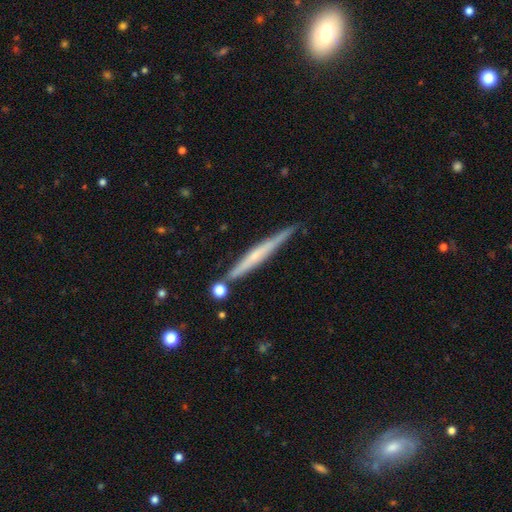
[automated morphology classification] A featured or disk galaxy (58%) viewed edge-on (96%) with no central bulge (58%).

Vote fractions:
- Smooth or featured? featured or disk: 58% / smooth: 36% / star or artifact: 6%
- Edge-on disk? yes: 96% / no: 4%
- Edge-on bulge? none: 58% / rounded: 33% / boxy: 9%
- Merging? none: 80% / minor disturbance: 13% / merger: 5% / major disturbance: 2%